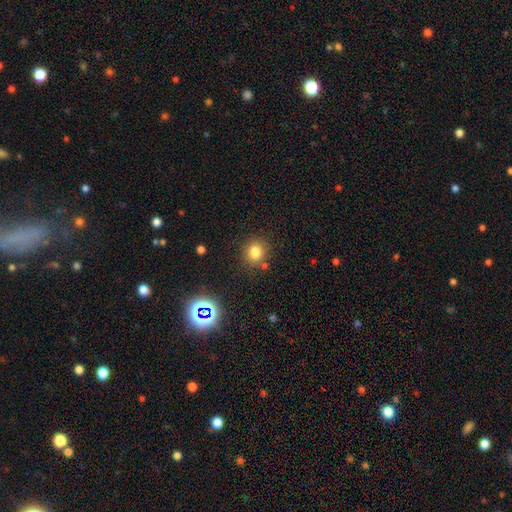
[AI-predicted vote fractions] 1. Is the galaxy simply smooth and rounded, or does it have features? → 75% smooth, 17% star or artifact, 7% featured or disk.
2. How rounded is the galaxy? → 83% round, 16% in between, 1% cigar-shaped.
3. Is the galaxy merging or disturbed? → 82% none, 9% minor disturbance, 5% merger, 3% major disturbance.